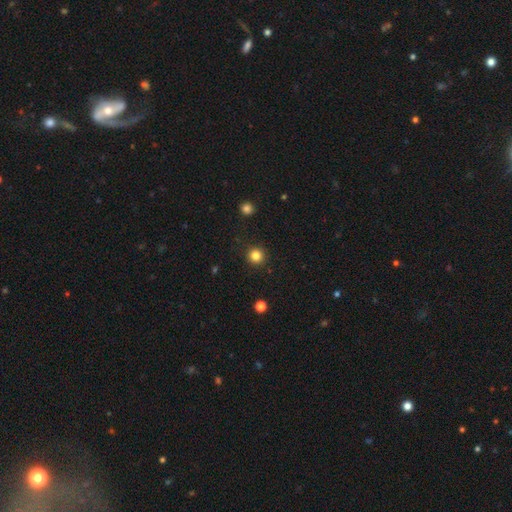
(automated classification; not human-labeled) Q: Smooth or featured?
A: smooth (83%); runner-up: star or artifact (12%)
Q: How rounded?
A: round (95%); runner-up: in between (4%)
Q: Merging?
A: none (92%); runner-up: minor disturbance (5%)